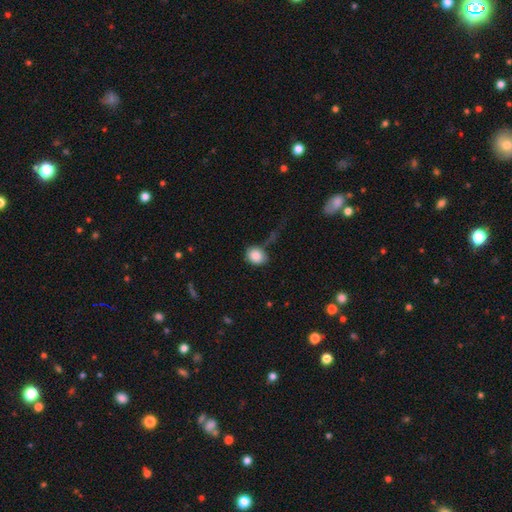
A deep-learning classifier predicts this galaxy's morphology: smooth 86%, star or artifact 8%, featured or disk 6%. Down the decision tree: how rounded — round (59%); merging — none (63%).